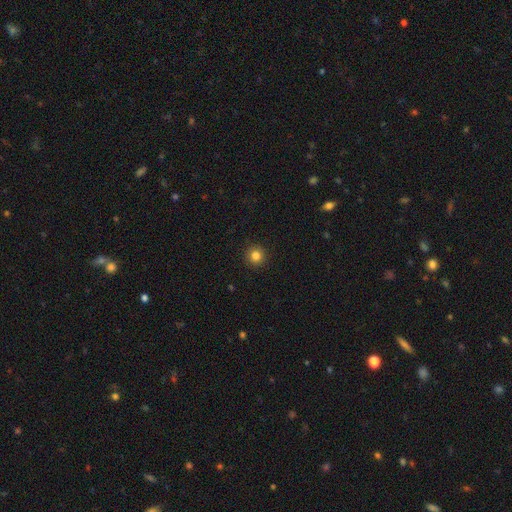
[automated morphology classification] Smooth or featured? smooth (83%)
How rounded? round (94%)
Merging? none (92%)